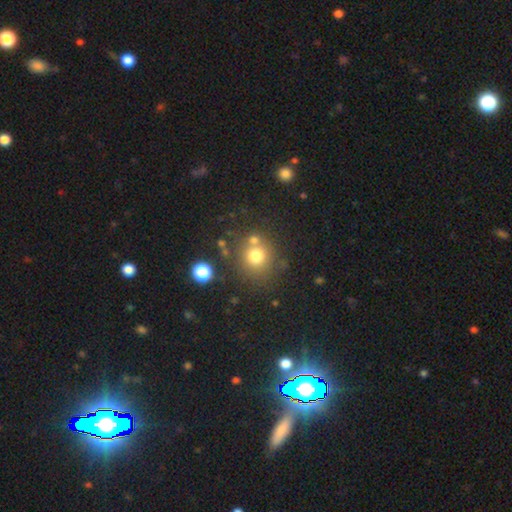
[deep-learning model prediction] Smooth or featured? smooth (73%)
How rounded? round (88%)
Merging? none (69%)